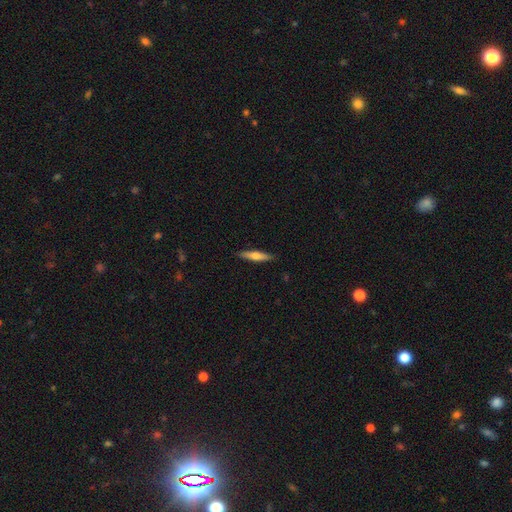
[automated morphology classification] Smooth or featured? smooth (57%)
How rounded? cigar-shaped (85%)
Merging? none (89%)